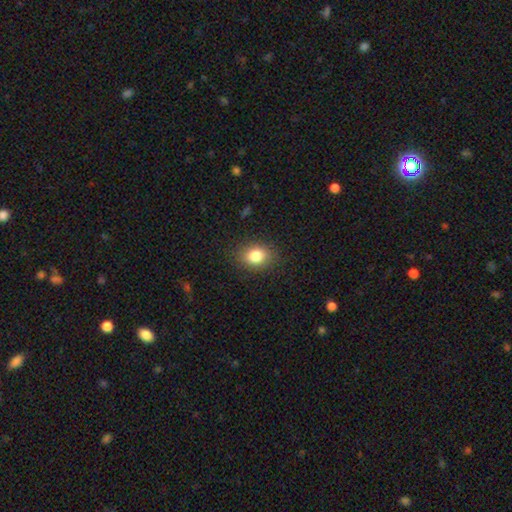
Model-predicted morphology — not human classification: This is clearly a smooth galaxy (82%). How rounded: possibly in between (54%). Merging: clearly none (86%).